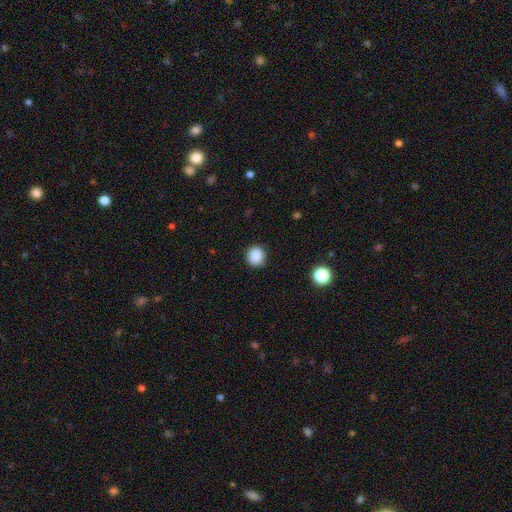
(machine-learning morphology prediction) A smooth galaxy with no disk features (87%) that is round (87%).

Vote fractions:
- Smooth or featured? smooth: 87% / star or artifact: 10% / featured or disk: 3%
- How rounded? round: 87% / in between: 12% / cigar-shaped: 1%
- Merging? none: 89% / minor disturbance: 8% / major disturbance: 2% / merger: 1%